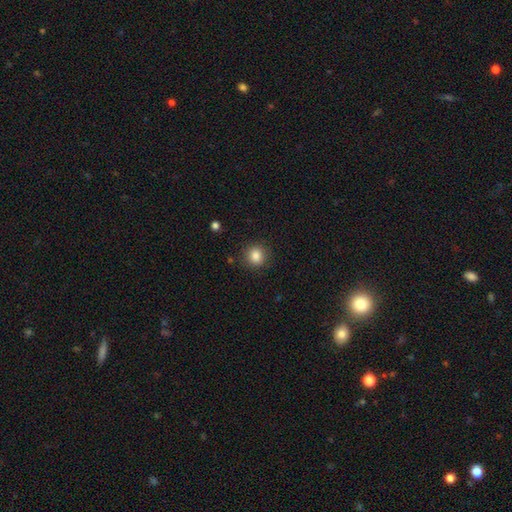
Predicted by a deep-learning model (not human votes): Q: Smooth or featured?
A: smooth (84%); runner-up: star or artifact (11%)
Q: How rounded?
A: round (86%); runner-up: in between (13%)
Q: Merging?
A: none (88%); runner-up: minor disturbance (8%)